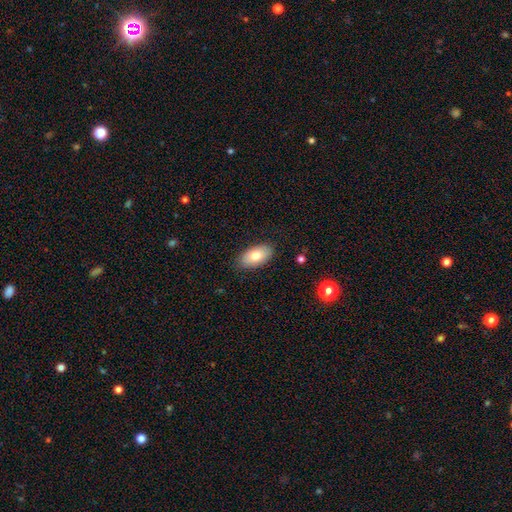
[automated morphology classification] Smooth or featured? smooth (79%)
How rounded? in between (94%)
Merging? none (85%)